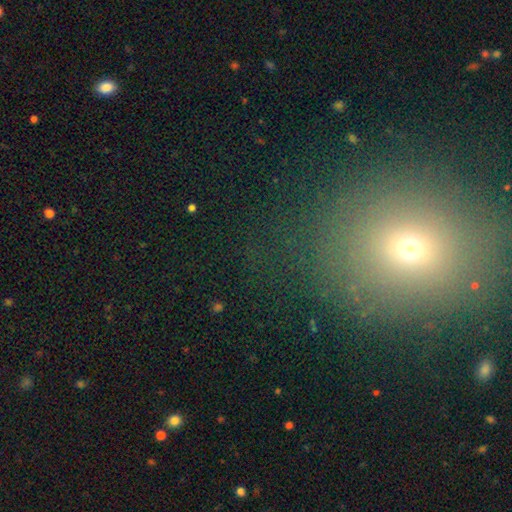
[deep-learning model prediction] The model was most divided on "smooth or featured" (2-way tie): star or artifact: 43%, smooth: 43%, featured or disk: 15%.